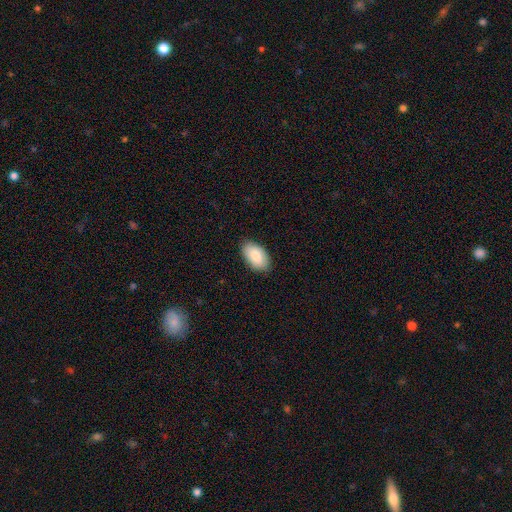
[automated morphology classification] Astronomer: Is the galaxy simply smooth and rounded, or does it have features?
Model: smooth — 83%.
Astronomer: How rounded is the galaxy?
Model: in between — 94%.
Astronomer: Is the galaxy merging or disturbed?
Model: none — 86%.